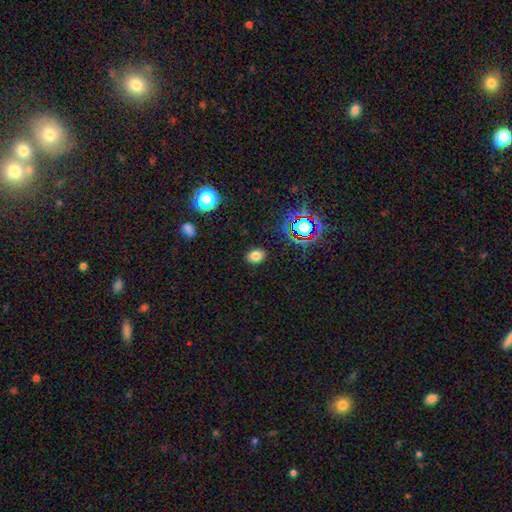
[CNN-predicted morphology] The model was most divided on "how rounded": in between: 67%, round: 32%, cigar-shaped: 1%. More confident: merging — none (88%); smooth or featured — smooth (78%).